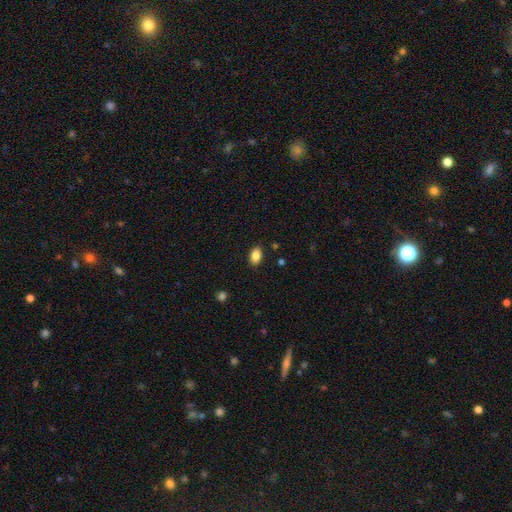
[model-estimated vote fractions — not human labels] Morphology: type=smooth (87%); roundness=in between (88%); merging=none (88%).